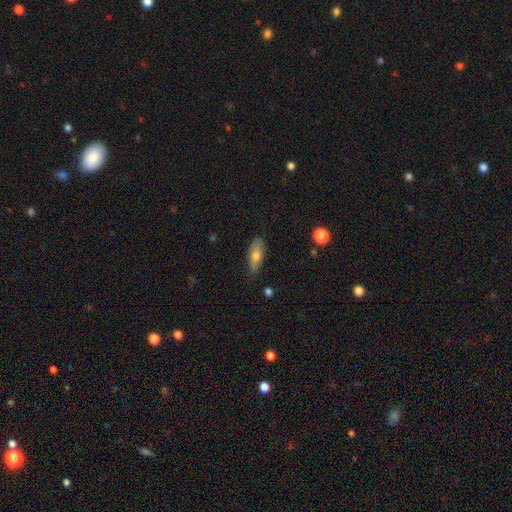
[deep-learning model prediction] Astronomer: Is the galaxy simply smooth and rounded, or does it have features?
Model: smooth — 71%.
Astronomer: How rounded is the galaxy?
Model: in between — 69%.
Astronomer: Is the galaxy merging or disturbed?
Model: none — 75%.